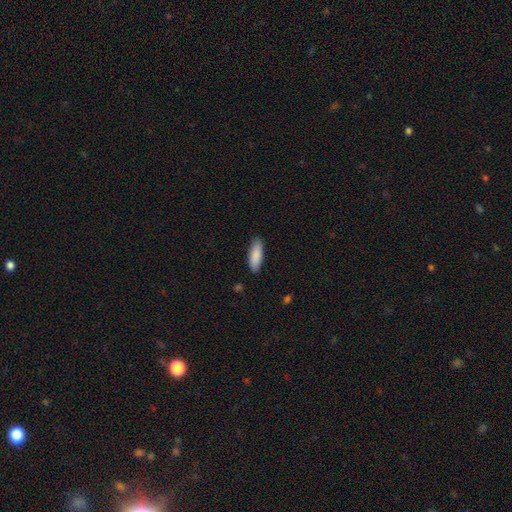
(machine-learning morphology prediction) Smooth or featured: smooth — 88% (featured or disk — 6%)
How rounded: in between — 64% (cigar-shaped — 35%)
Merging: none — 87% (minor disturbance — 10%)